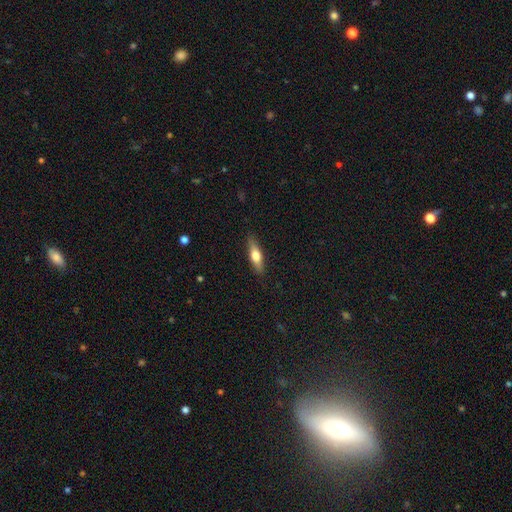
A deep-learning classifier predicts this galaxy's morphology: A smooth galaxy with no disk features (56%) that is cigar-shaped (61%). Merging: none (87%).